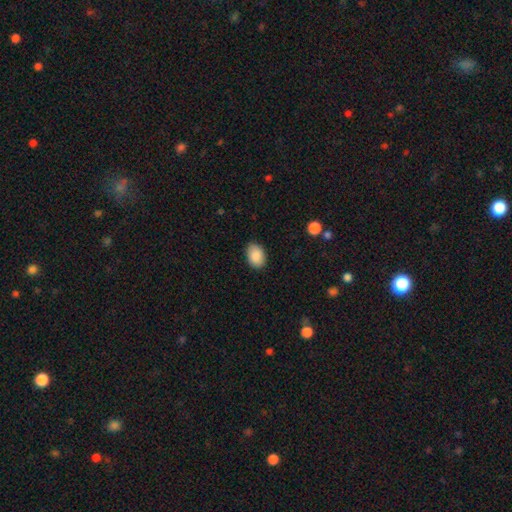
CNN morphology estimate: Q: Smooth or featured?
A: smooth (90%); runner-up: star or artifact (7%)
Q: How rounded?
A: in between (80%); runner-up: round (19%)
Q: Merging?
A: none (88%); runner-up: minor disturbance (9%)